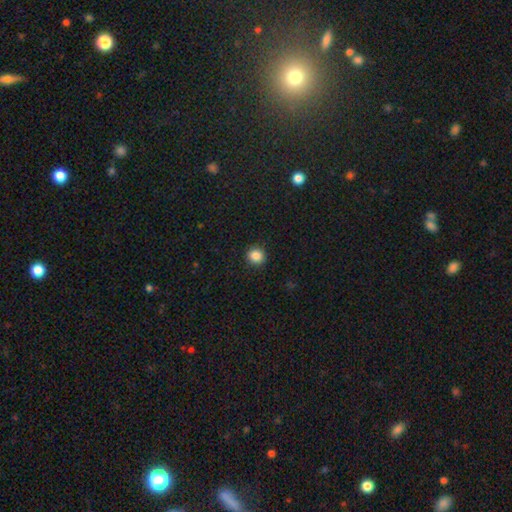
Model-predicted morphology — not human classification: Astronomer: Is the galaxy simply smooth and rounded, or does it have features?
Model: smooth — 87%.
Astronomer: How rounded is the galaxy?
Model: round — 89%.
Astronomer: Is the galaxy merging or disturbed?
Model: none — 91%.